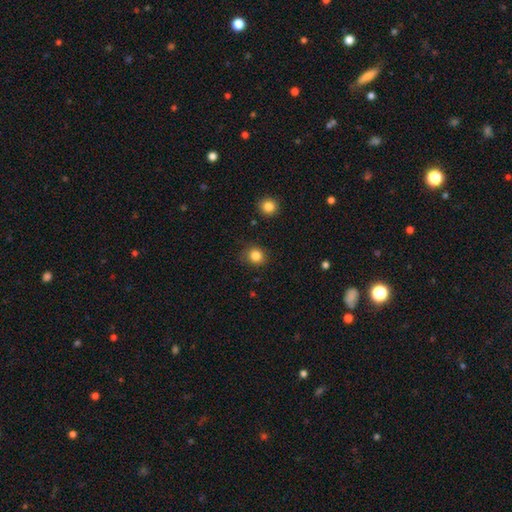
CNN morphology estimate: smooth 84%, star or artifact 11%, featured or disk 5%. Down the decision tree: how rounded — round (82%); merging — none (85%).